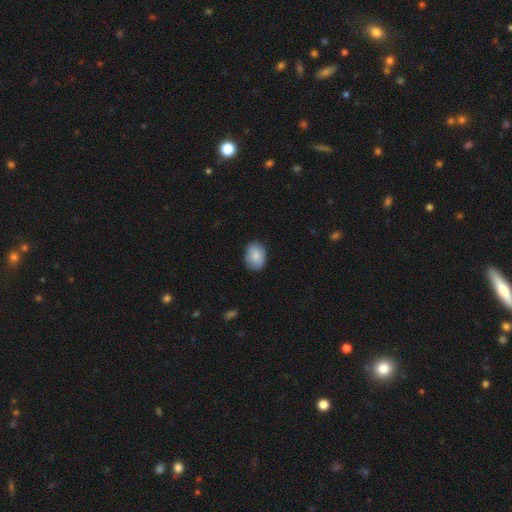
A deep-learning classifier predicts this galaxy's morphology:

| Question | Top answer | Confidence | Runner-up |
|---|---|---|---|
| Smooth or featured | smooth | 84% | featured or disk (10%) |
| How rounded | in between | 71% | round (28%) |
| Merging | none | 84% | minor disturbance (13%) |